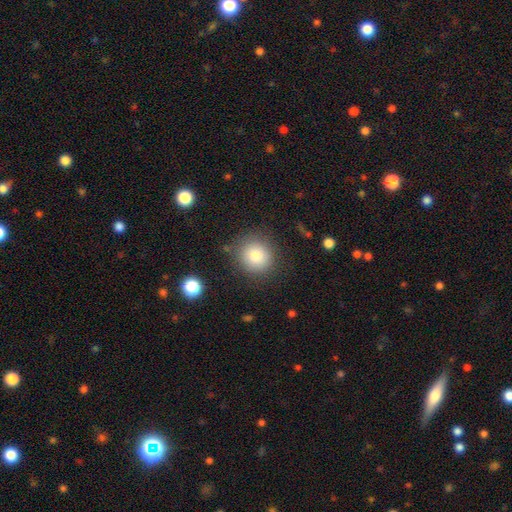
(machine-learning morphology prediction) Smooth or featured? Predicted: smooth (p=0.80). How rounded? Predicted: round (p=0.91). Merging? Predicted: none (p=0.82).